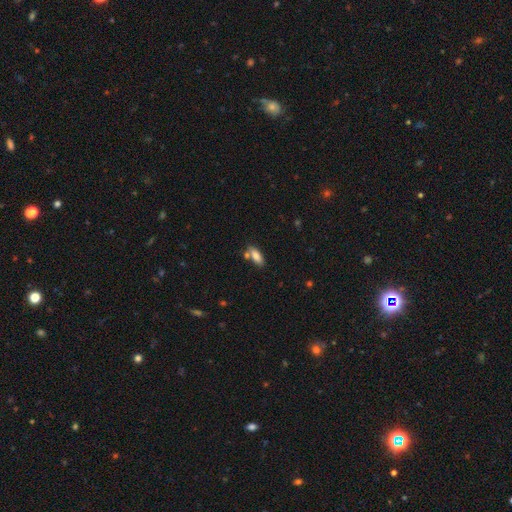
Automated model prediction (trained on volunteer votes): Morphology: type=smooth (82%); roundness=in between (79%); merging=none (63%).